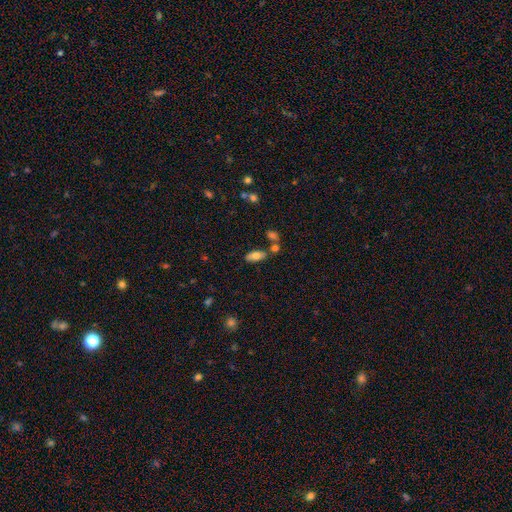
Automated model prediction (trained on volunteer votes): Morphology: type=smooth (75%); roundness=in between (86%); merging=none (71%).